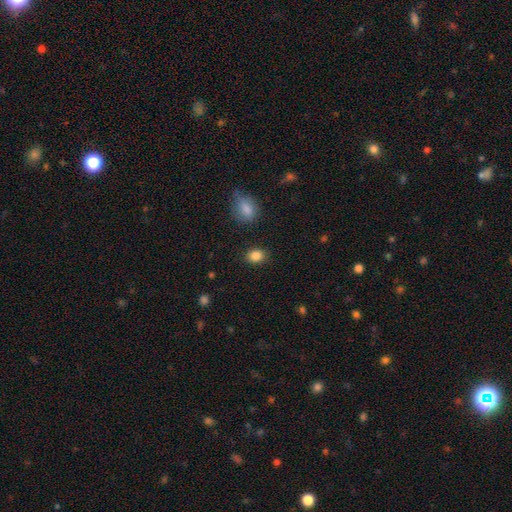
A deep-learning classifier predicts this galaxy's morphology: This is clearly a smooth galaxy (86%). How rounded: possibly in between (56%). Merging: clearly none (88%).